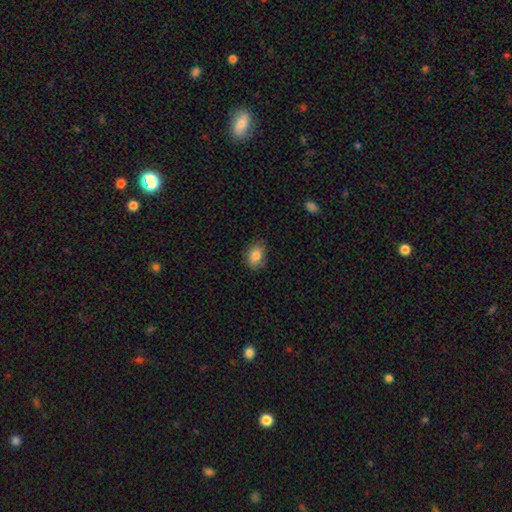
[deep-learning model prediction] smooth-or-featured: smooth: 84% | star or artifact: 9% | featured or disk: 7%
  how-rounded: in between: 71% | round: 28% | cigar-shaped: 1%
  merging: none: 78% | minor disturbance: 17% | major disturbance: 3% | merger: 1%